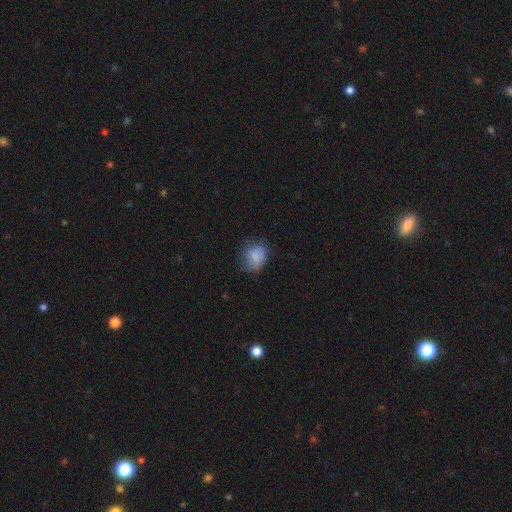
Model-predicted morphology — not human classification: Overall: smooth (82%). How rounded: round (56%; in between 43%). Merging: none (59%; minor disturbance 29%).